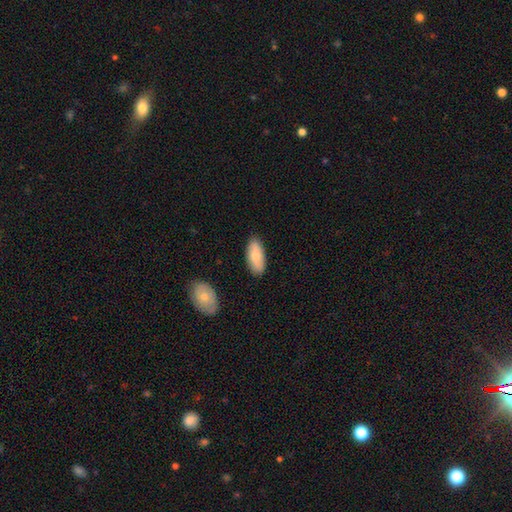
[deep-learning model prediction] This is likely a smooth galaxy (80%). How rounded: clearly in between (84%). Merging: clearly none (85%).